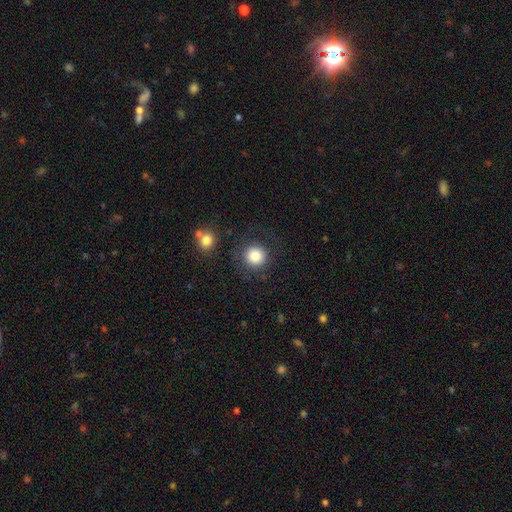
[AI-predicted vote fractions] Overall: smooth (83%). How rounded: round (93%). Merging: none (79%).